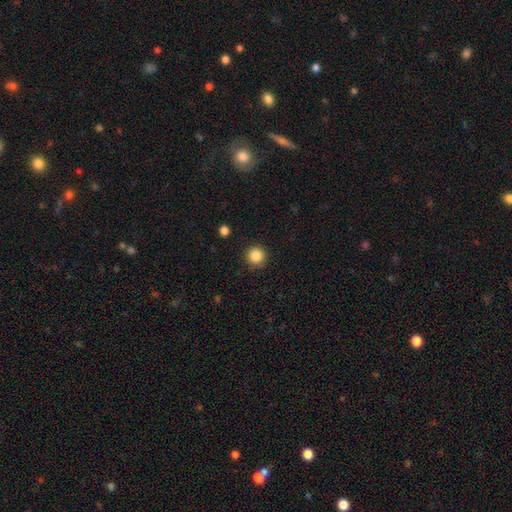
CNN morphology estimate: Q: Smooth or featured?
A: smooth (86%); runner-up: star or artifact (10%)
Q: How rounded?
A: round (95%); runner-up: in between (4%)
Q: Merging?
A: none (90%); runner-up: minor disturbance (7%)